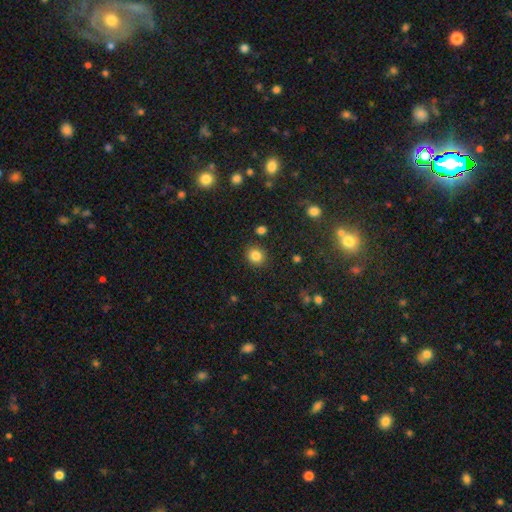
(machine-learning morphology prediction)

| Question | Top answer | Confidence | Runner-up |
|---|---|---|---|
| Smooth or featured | smooth | 84% | star or artifact (11%) |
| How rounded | round | 79% | in between (20%) |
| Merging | none | 87% | minor disturbance (8%) |